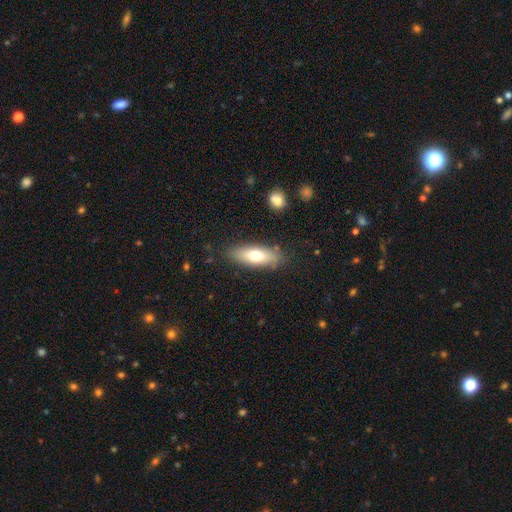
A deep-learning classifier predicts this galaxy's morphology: smooth-or-featured: smooth: 67% | featured or disk: 27% | star or artifact: 7%
  how-rounded: in between: 63% | cigar-shaped: 34% | round: 3%
  merging: none: 84% | minor disturbance: 11% | major disturbance: 3% | merger: 2%